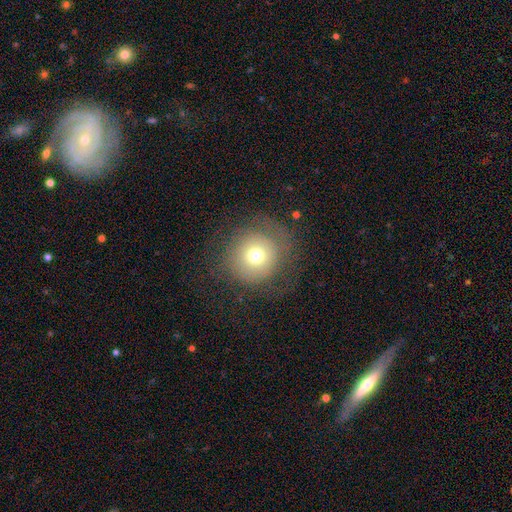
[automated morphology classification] smooth_or_featured: smooth (p=0.67) [alt: featured or disk p=0.19]
how_rounded: round (p=0.93) [alt: in between p=0.06]
merging: none (p=0.69) [alt: minor disturbance p=0.15]